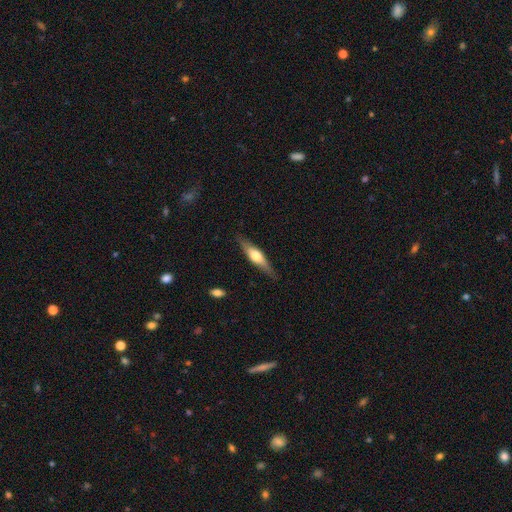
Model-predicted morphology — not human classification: Smooth or featured: featured or disk — 57% (smooth — 37%)
Edge-on disk: yes — 94% (no — 6%)
Edge-on bulge: rounded — 91% (boxy — 6%)
Merging: none — 85% (minor disturbance — 11%)